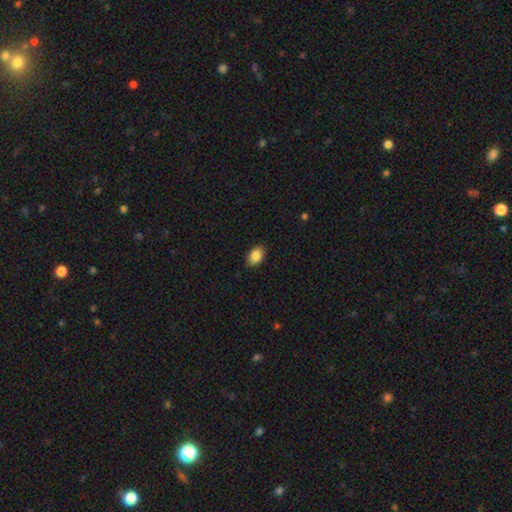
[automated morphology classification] smooth-or-featured: smooth: 87% | star or artifact: 8% | featured or disk: 5%
  how-rounded: in between: 84% | round: 15% | cigar-shaped: 1%
  merging: none: 85% | minor disturbance: 11% | major disturbance: 2% | merger: 1%